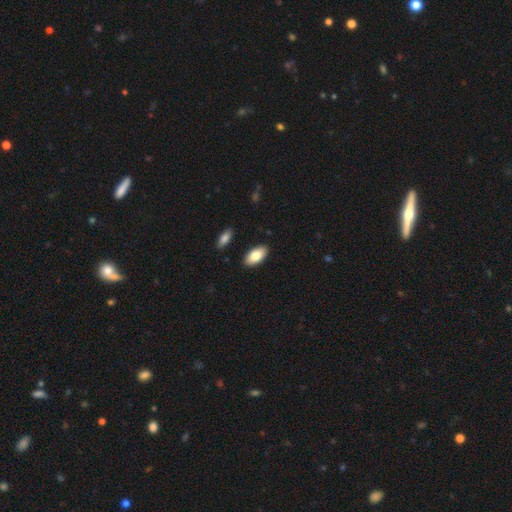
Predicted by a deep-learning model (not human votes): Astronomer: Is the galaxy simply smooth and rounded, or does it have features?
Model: smooth — 82%.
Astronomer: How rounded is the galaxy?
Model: in between — 94%.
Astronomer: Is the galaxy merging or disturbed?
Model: none — 89%.